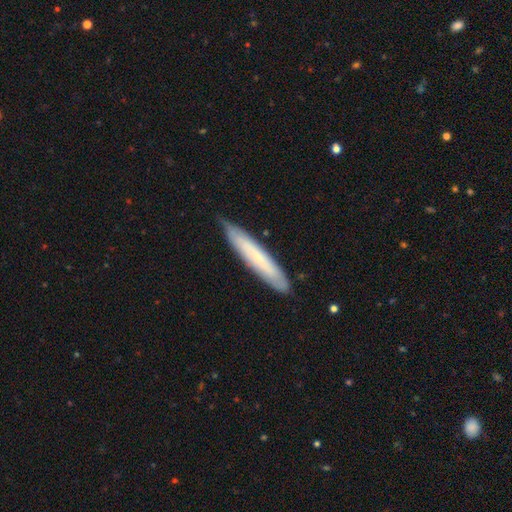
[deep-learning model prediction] Smooth or featured? Predicted: smooth (p=0.52). How rounded? Predicted: cigar-shaped (p=0.90). Merging? Predicted: none (p=0.81).